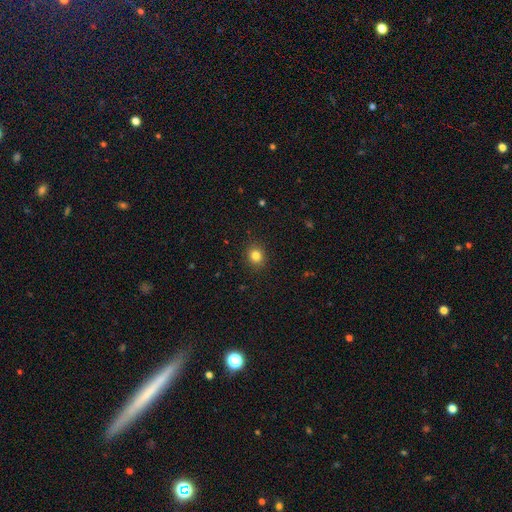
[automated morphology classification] This is clearly a smooth galaxy (83%). How rounded: clearly round (81%). Merging: clearly none (90%).